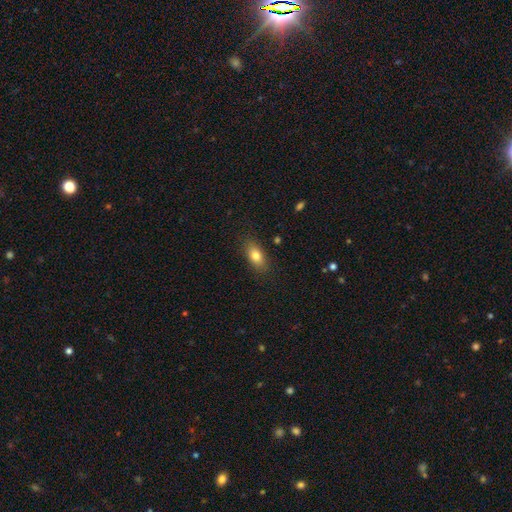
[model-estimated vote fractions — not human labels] Morphology: type=smooth (80%); roundness=in between (84%); merging=none (84%).